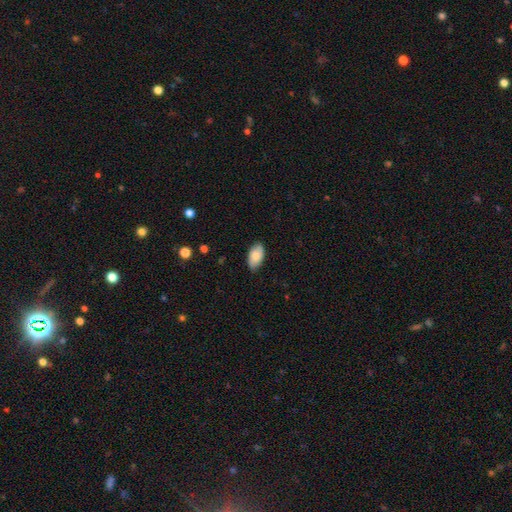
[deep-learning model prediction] The model was most divided on "merging": none: 83%, minor disturbance: 14%, major disturbance: 2%, merger: 1%. More confident: how rounded — in between (95%); smooth or featured — smooth (81%).